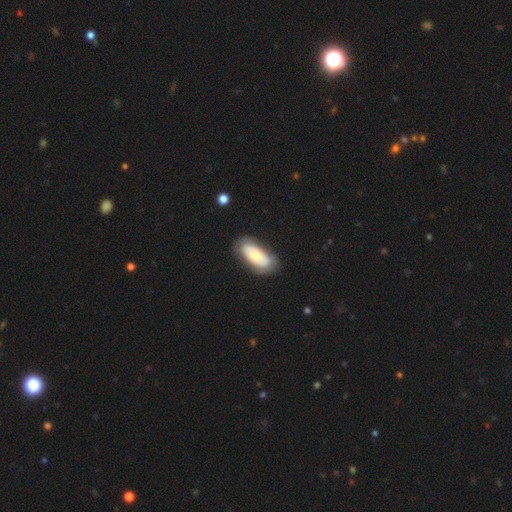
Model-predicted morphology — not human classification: Overall: smooth (62%; featured or disk 32%). How rounded: in between (89%). Merging: none (76%).